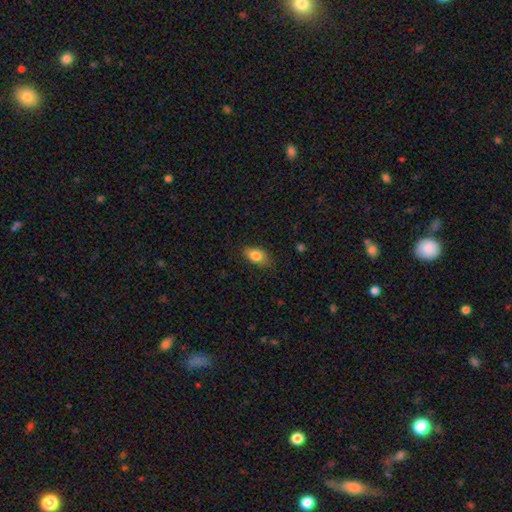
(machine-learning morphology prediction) Smooth or featured? Predicted: smooth (p=0.83). How rounded? Predicted: in between (p=0.86). Merging? Predicted: none (p=0.78).